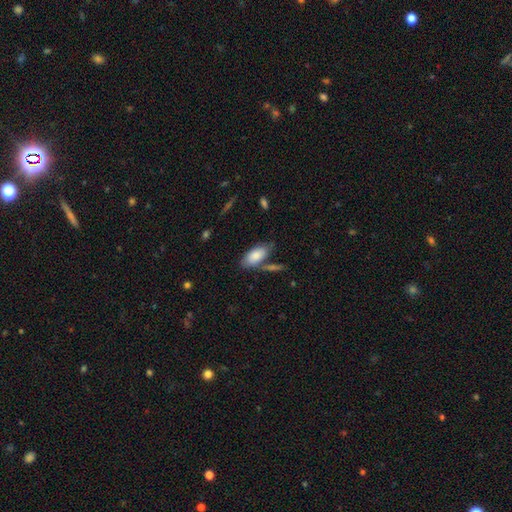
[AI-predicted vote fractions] Q: Smooth or featured?
A: smooth (82%); runner-up: featured or disk (12%)
Q: How rounded?
A: in between (90%); runner-up: cigar-shaped (8%)
Q: Merging?
A: none (61%); runner-up: minor disturbance (18%)